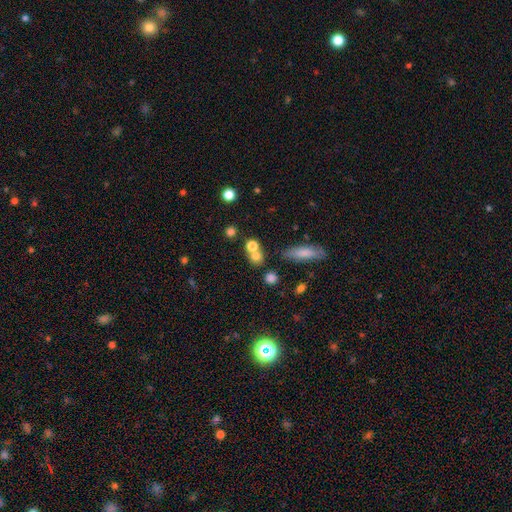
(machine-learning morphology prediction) smooth-or-featured: smooth: 73% | star or artifact: 15% | featured or disk: 13%
  how-rounded: round: 77% | in between: 20% | cigar-shaped: 3%
  merging: none: 51% | merger: 37% | minor disturbance: 8% | major disturbance: 4%